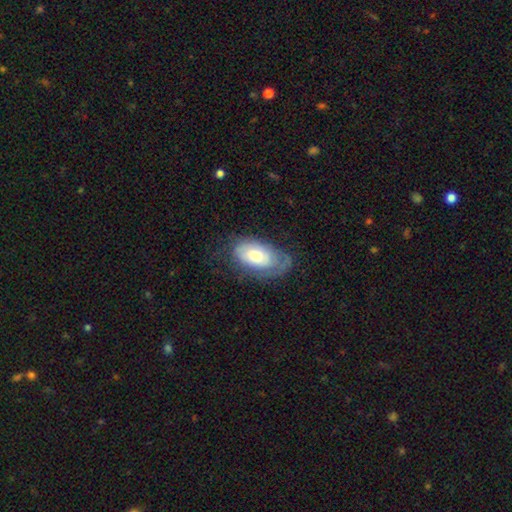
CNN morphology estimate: Smooth or featured?
  - smooth: 49% *
  - featured or disk: 44%
  - star or artifact: 7%
Merging?
  - none: 53% *
  - minor disturbance: 28%
  - major disturbance: 17%
  - merger: 1%